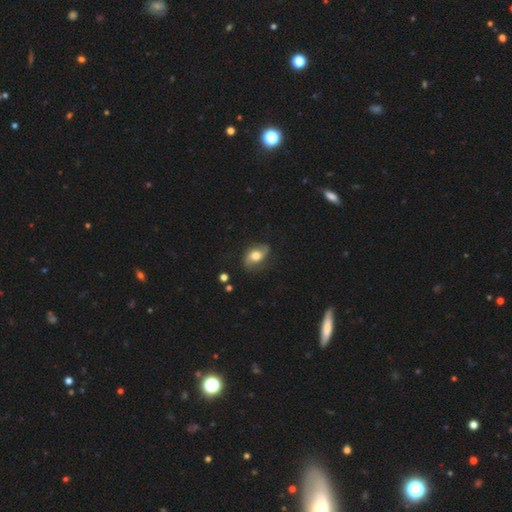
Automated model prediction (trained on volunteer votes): A featured or disk galaxy (54%) with no bar (63%), spiral arms (84%) and a moderate central bulge (48%). Merging: none (70%).